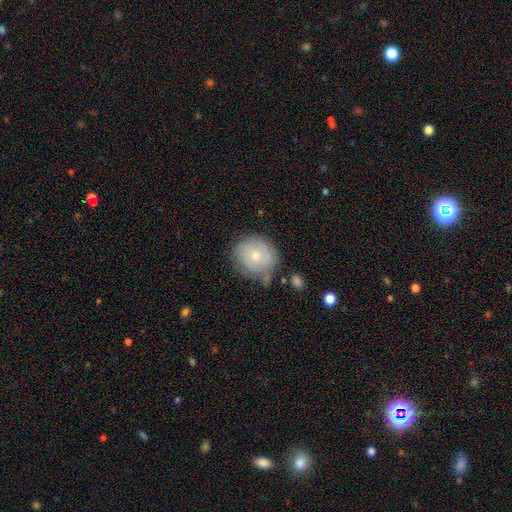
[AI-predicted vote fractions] Smooth or featured?
  - smooth: 66% *
  - featured or disk: 27%
  - star or artifact: 7%
How rounded?
  - round: 83% *
  - in between: 16%
  - cigar-shaped: 1%
Merging?
  - none: 60% *
  - minor disturbance: 27%
  - major disturbance: 8%
  - merger: 5%